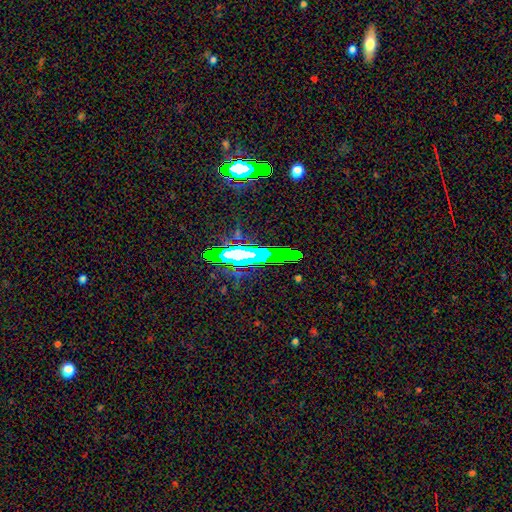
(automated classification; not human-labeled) Smooth or featured? Predicted: star or artifact (p=0.40).